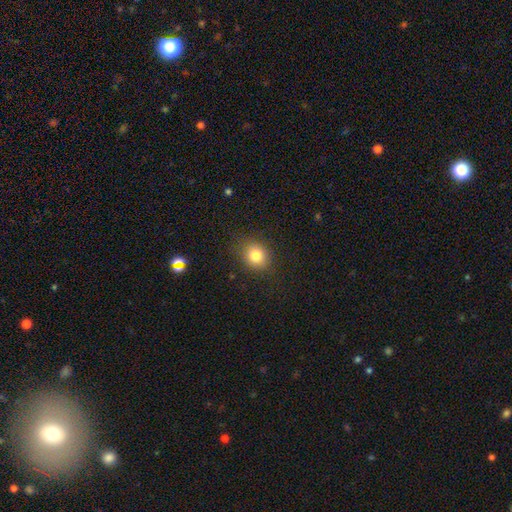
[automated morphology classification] smooth-or-featured: smooth: 82% | star or artifact: 11% | featured or disk: 7%
  how-rounded: round: 67% | in between: 32% | cigar-shaped: 1%
  merging: none: 84% | minor disturbance: 11% | major disturbance: 3% | merger: 1%